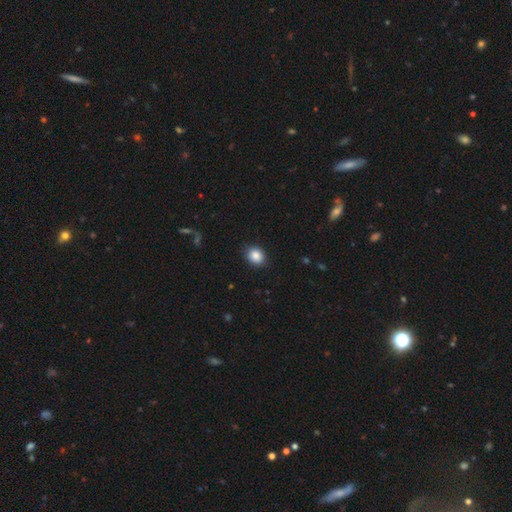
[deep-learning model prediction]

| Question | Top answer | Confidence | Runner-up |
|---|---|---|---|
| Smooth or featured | smooth | 87% | star or artifact (9%) |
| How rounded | round | 60% | in between (39%) |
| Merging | none | 88% | minor disturbance (9%) |